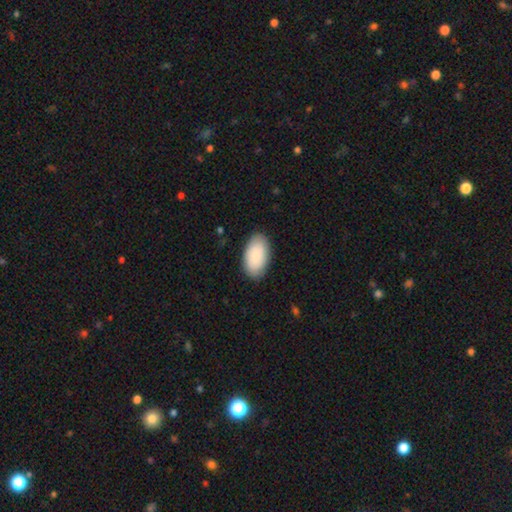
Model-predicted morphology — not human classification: A smooth galaxy with no disk features (83%) that is in between round and cigar-shaped (95%).

Vote fractions:
- Smooth or featured? smooth: 83% / featured or disk: 11% / star or artifact: 6%
- How rounded? in between: 95% / round: 4% / cigar-shaped: 1%
- Merging? none: 84% / minor disturbance: 12% / major disturbance: 2% / merger: 1%